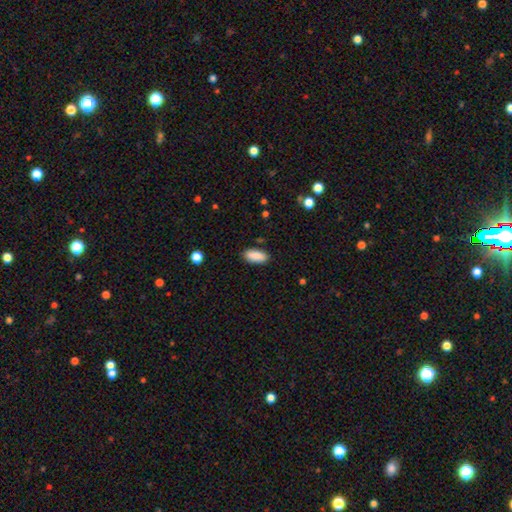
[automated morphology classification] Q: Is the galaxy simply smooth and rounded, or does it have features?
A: smooth — 89%.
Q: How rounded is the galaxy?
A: in between — 88%.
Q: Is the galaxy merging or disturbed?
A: none — 87%.